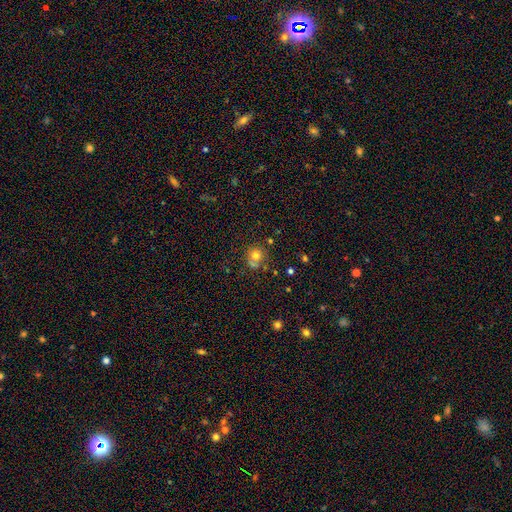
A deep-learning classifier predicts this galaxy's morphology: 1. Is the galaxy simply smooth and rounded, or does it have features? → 72% smooth, 14% star or artifact, 13% featured or disk.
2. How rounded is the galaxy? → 85% round, 14% in between, 1% cigar-shaped.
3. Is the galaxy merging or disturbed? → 57% none, 21% merger, 15% minor disturbance, 7% major disturbance.